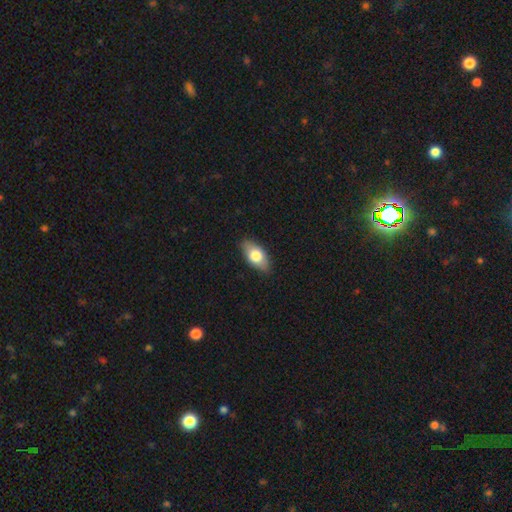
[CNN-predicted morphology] This is likely a smooth galaxy (72%). How rounded: clearly in between (90%). Merging: clearly none (86%).